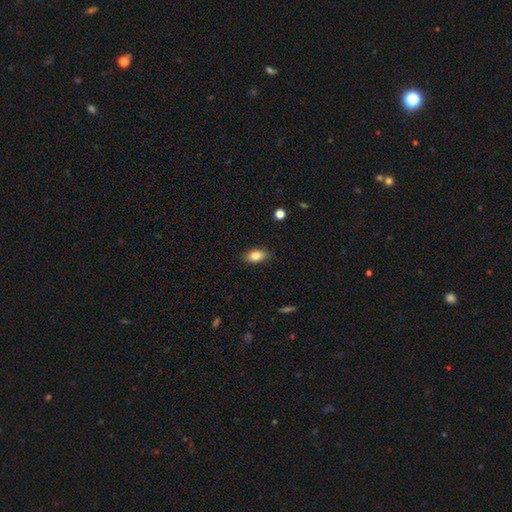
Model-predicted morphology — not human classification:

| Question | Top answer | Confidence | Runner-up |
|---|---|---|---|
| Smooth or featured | smooth | 82% | featured or disk (10%) |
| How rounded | in between | 89% | round (7%) |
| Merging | none | 86% | minor disturbance (11%) |